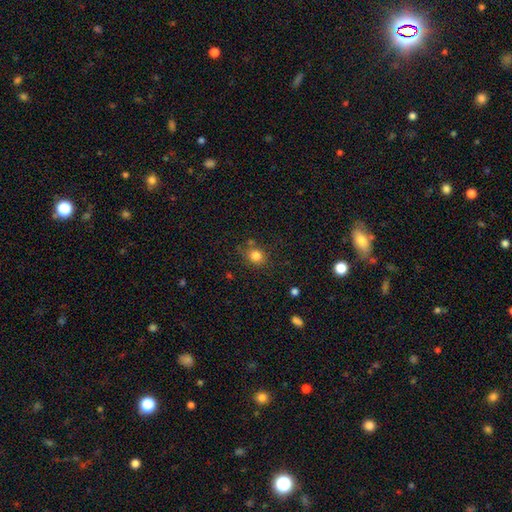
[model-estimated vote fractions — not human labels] smooth_or_featured: smooth (p=0.82) [alt: star or artifact p=0.12]
how_rounded: round (p=0.75) [alt: in between p=0.24]
merging: none (p=0.74) [alt: minor disturbance p=0.15]